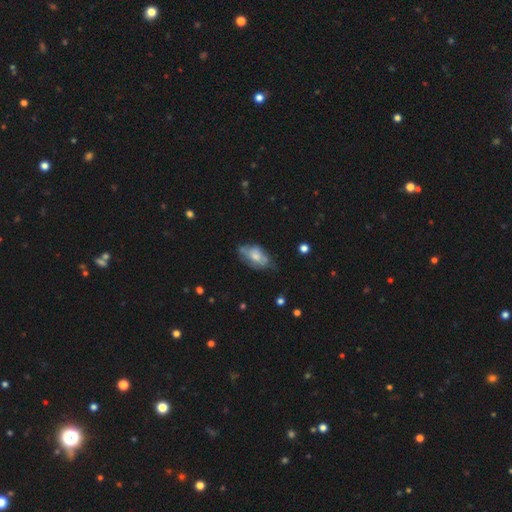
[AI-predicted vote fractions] Morphology: type=smooth (51%); roundness=in between (90%); merging=none (48%).